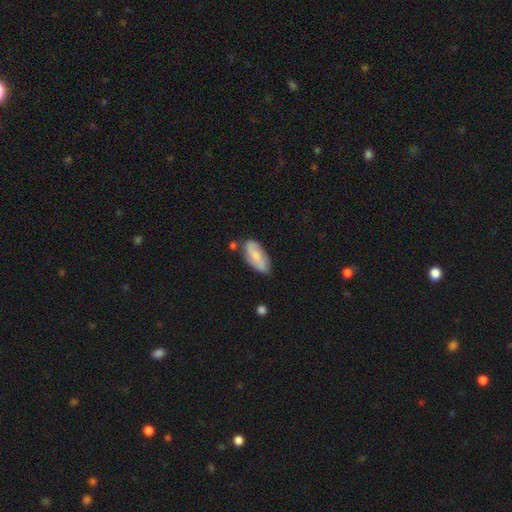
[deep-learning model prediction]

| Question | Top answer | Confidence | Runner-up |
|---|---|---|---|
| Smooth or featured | smooth | 67% | featured or disk (27%) |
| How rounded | in between | 87% | cigar-shaped (11%) |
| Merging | none | 68% | minor disturbance (23%) |